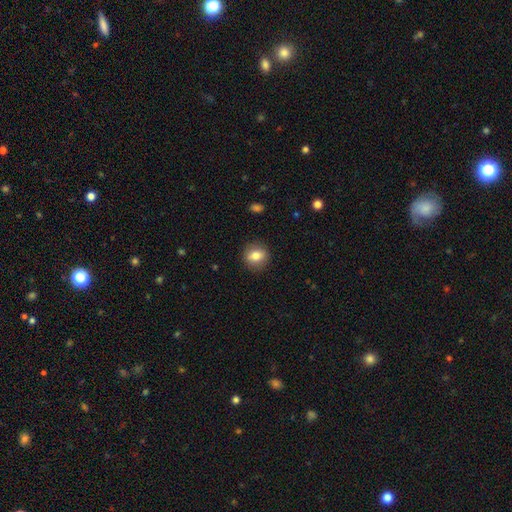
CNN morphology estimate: A smooth galaxy with no disk features (80%) that is round (75%). Merging: none (89%).